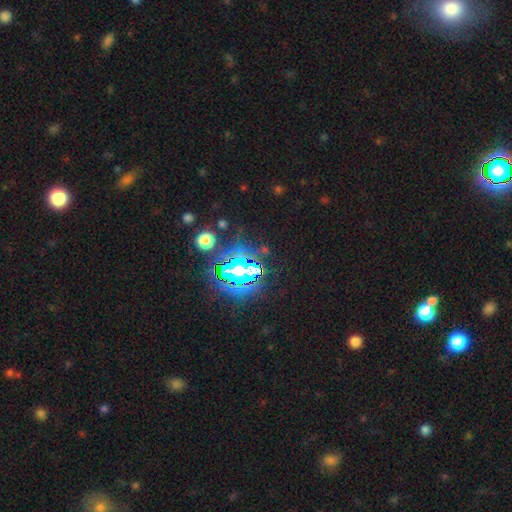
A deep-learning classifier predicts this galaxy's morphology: Smooth or featured? Predicted: star or artifact (p=0.80).